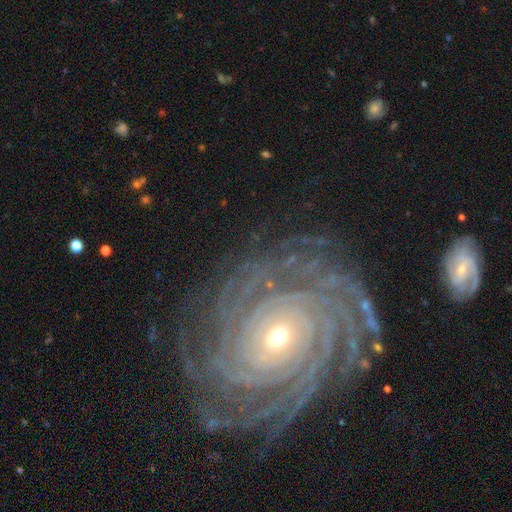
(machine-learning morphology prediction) A featured or disk galaxy (90%) with no bar (66%), more than 4 (43%) tight (87%) spiral arms (98%) and a small central bulge (56%). Merging: none (82%).